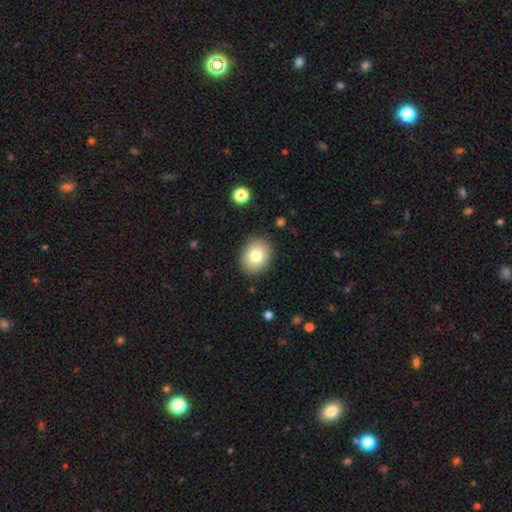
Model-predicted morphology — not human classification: Q: Smooth or featured?
A: smooth (78%); runner-up: featured or disk (12%)
Q: How rounded?
A: round (56%); runner-up: in between (43%)
Q: Merging?
A: none (88%); runner-up: minor disturbance (8%)